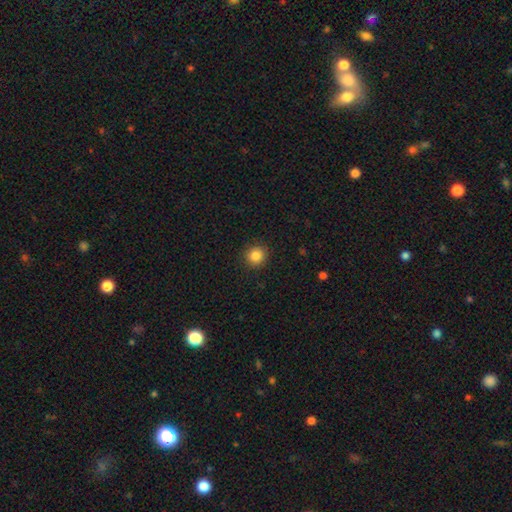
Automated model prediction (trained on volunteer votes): smooth_or_featured: smooth (p=0.85) [alt: star or artifact p=0.10]
how_rounded: round (p=0.92) [alt: in between p=0.07]
merging: none (p=0.91) [alt: minor disturbance p=0.06]